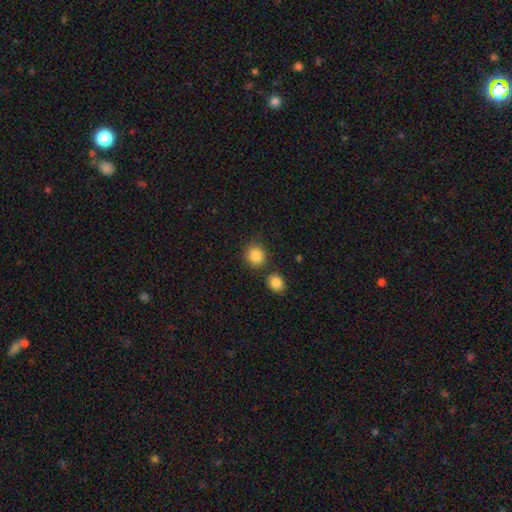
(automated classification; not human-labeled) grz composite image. It shows a smooth galaxy with no disk features (87%) that is round (82%). Merging: none (79%).